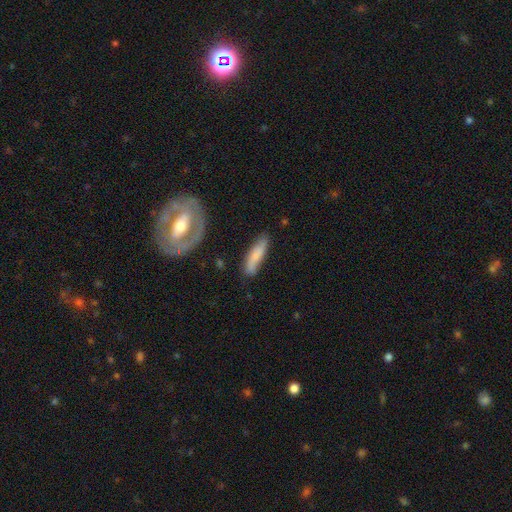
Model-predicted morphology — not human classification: A smooth galaxy with no disk features (67%) that is cigar-shaped (72%).

Vote fractions:
- Smooth or featured? smooth: 67% / featured or disk: 27% / star or artifact: 6%
- How rounded? cigar-shaped: 72% / in between: 26% / round: 2%
- Merging? none: 73% / minor disturbance: 19% / major disturbance: 5% / merger: 3%